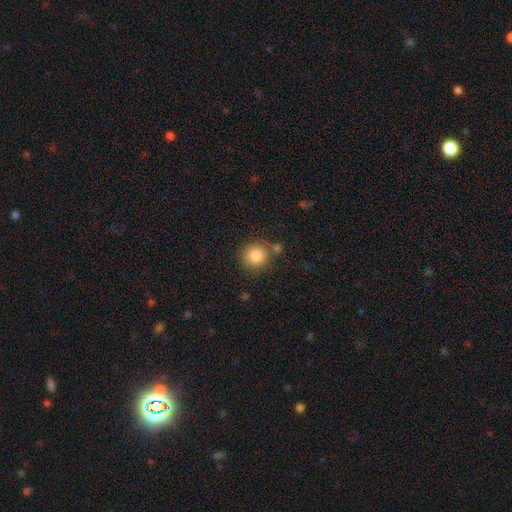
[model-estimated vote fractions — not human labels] Morphology: type=smooth (85%); roundness=round (91%); merging=none (78%).